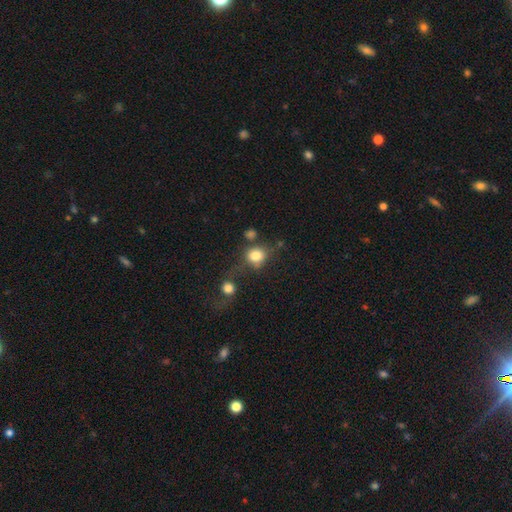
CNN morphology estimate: A smooth galaxy with no disk features (80%) that is round (76%).

Vote fractions:
- Smooth or featured? smooth: 80% / star or artifact: 11% / featured or disk: 9%
- How rounded? round: 76% / in between: 23% / cigar-shaped: 1%
- Merging? none: 53% / merger: 21% / minor disturbance: 15% / major disturbance: 10%